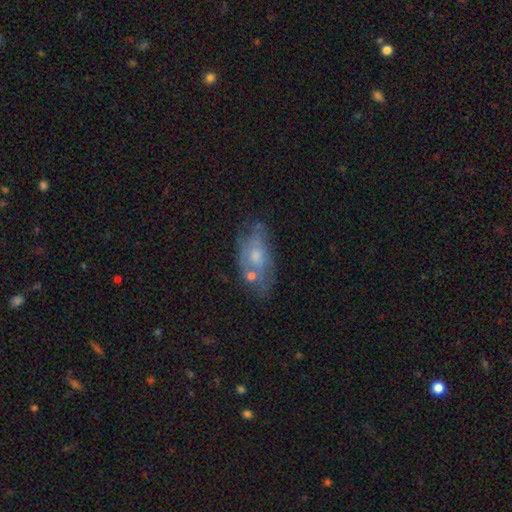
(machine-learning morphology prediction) Smooth or featured? Predicted: featured or disk (p=0.47). Merging? Predicted: none (p=0.45).